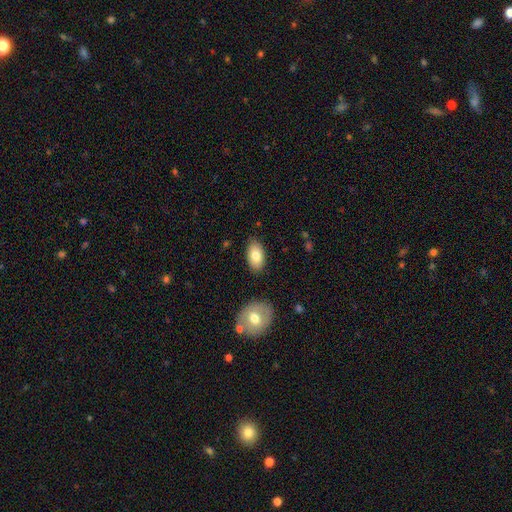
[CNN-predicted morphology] Q: Smooth or featured?
A: smooth (79%); runner-up: featured or disk (14%)
Q: How rounded?
A: in between (93%); runner-up: round (5%)
Q: Merging?
A: none (84%); runner-up: minor disturbance (11%)